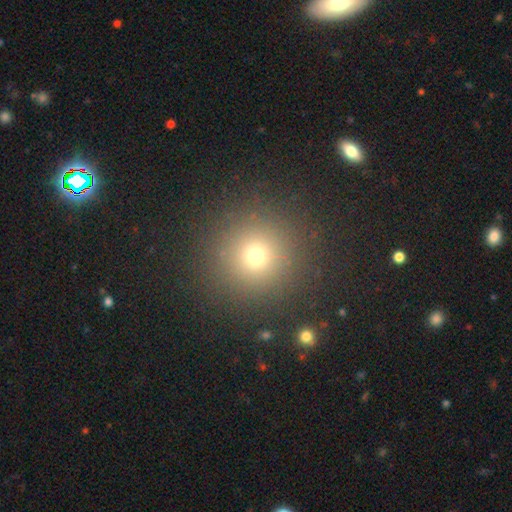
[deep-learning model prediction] Smooth or featured? smooth (71%)
How rounded? round (95%)
Merging? none (90%)